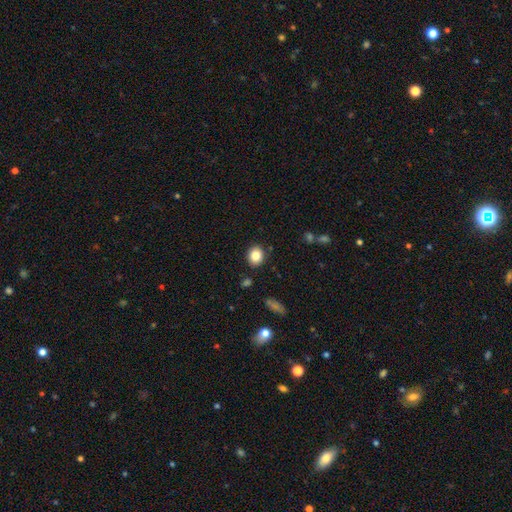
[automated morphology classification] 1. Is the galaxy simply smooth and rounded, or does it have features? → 84% smooth, 9% star or artifact, 7% featured or disk.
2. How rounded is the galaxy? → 62% round, 37% in between, 1% cigar-shaped.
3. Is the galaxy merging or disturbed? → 88% none, 8% minor disturbance, 2% major disturbance, 2% merger.